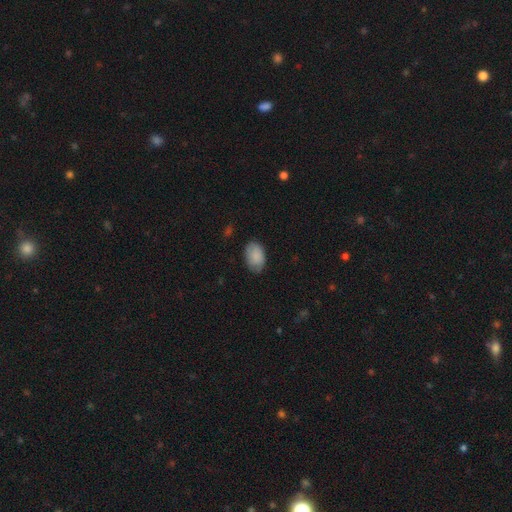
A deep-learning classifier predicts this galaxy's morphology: smooth 87%, featured or disk 7%, star or artifact 6%. Down the decision tree: how rounded — in between (89%); merging — none (78%).